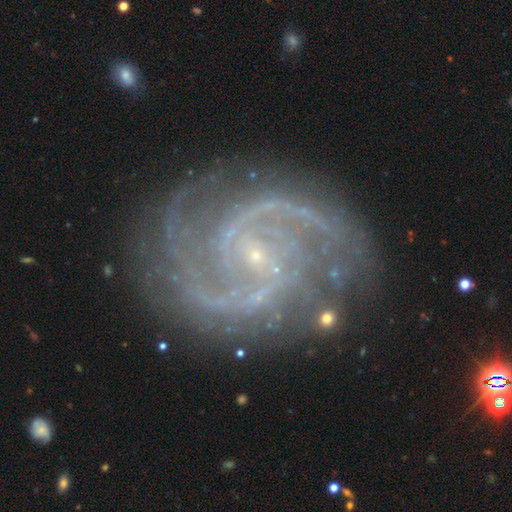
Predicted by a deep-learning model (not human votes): Smooth or featured?
  - featured or disk: 93% *
  - star or artifact: 5%
  - smooth: 2%
Edge-on disk?
  - no: 98% *
  - yes: 2%
Bar?
  - no: 43% *
  - weak: 39%
  - strong: 18%
Spiral arms?
  - yes: 99% *
  - no: 1%
Spiral winding?
  - medium: 57% *
  - tight: 32%
  - loose: 11%
Spiral arm count?
  - 2: 74% *
  - 3: 8%
  - can't tell: 6%
  - 4: 5%
  - more than 4: 4%
  - 1: 4%
Bulge size?
  - small: 88% *
  - moderate: 6%
  - none: 4%
  - large: 1%
  - dominant: 1%
Merging?
  - none: 77% *
  - minor disturbance: 15%
  - major disturbance: 6%
  - merger: 2%